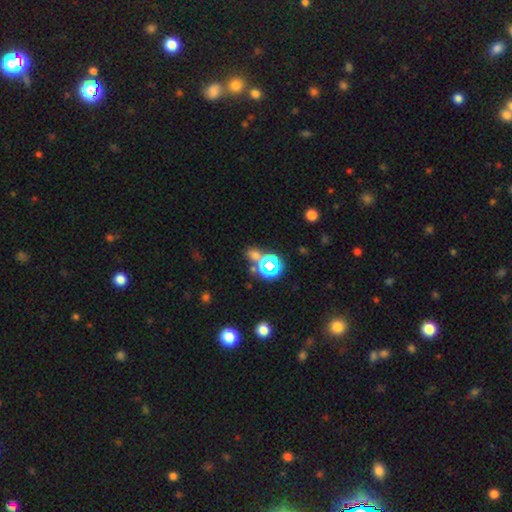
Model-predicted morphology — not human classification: This is possibly a star or artifact rather than a galaxy (47%).